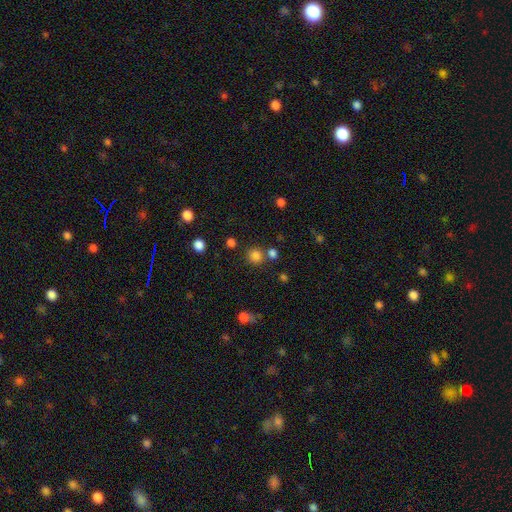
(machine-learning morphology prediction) Q: Smooth or featured?
A: smooth (80%); runner-up: star or artifact (15%)
Q: How rounded?
A: round (88%); runner-up: in between (11%)
Q: Merging?
A: none (74%); runner-up: merger (13%)